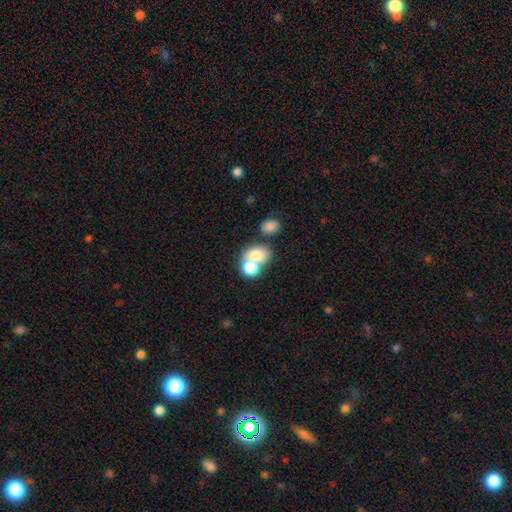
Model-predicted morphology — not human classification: Q: Smooth or featured?
A: smooth (74%); runner-up: featured or disk (16%)
Q: How rounded?
A: in between (57%); runner-up: round (42%)
Q: Merging?
A: merger (61%); runner-up: none (27%)